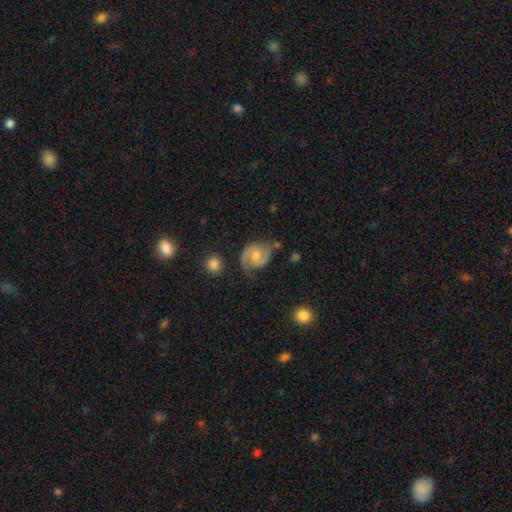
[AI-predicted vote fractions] Q: Smooth or featured?
A: featured or disk (73%); runner-up: smooth (20%)
Q: Edge-on disk?
A: no (98%); runner-up: yes (2%)
Q: Bar?
A: no (58%); runner-up: weak (36%)
Q: Spiral arms?
A: yes (93%); runner-up: no (7%)
Q: Spiral winding?
A: medium (49%); runner-up: tight (29%)
Q: Spiral arm count?
A: 2 (81%); runner-up: 1 (8%)
Q: Bulge size?
A: moderate (53%); runner-up: small (37%)
Q: Merging?
A: none (56%); runner-up: minor disturbance (26%)